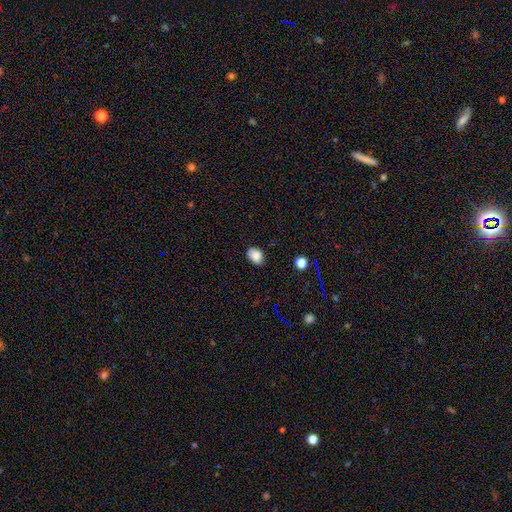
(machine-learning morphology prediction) This is clearly a smooth galaxy (85%). How rounded: likely in between (70%). Merging: likely none (77%).